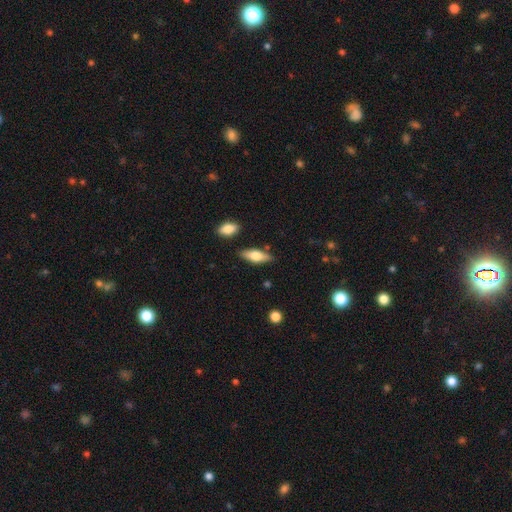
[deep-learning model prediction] A smooth galaxy with no disk features (65%) that is in between round and cigar-shaped (69%). Merging: none (82%).